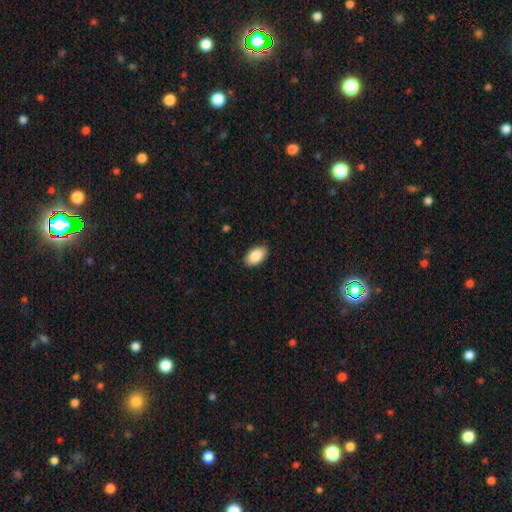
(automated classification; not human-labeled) The model was most divided on "smooth or featured": smooth: 87%, star or artifact: 7%, featured or disk: 6%. More confident: how rounded — in between (94%); merging — none (89%).